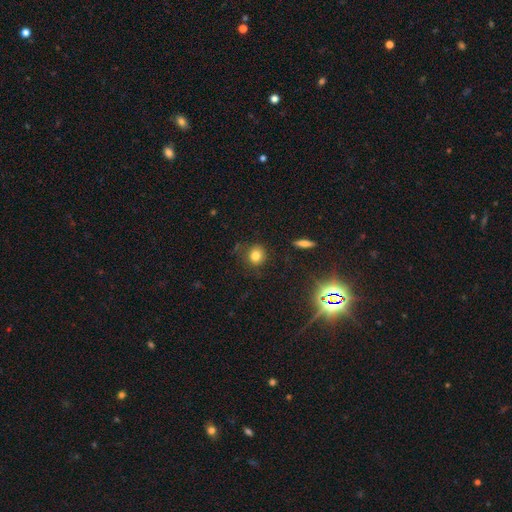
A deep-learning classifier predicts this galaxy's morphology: This is likely a smooth galaxy (79%). How rounded: clearly round (82%). Merging: clearly none (81%).